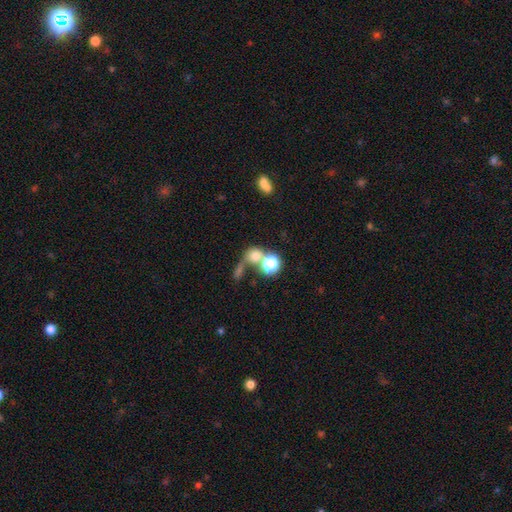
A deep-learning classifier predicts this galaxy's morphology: Overall: smooth (67%). How rounded: round (77%). Merging: merger (46%; none 34%).